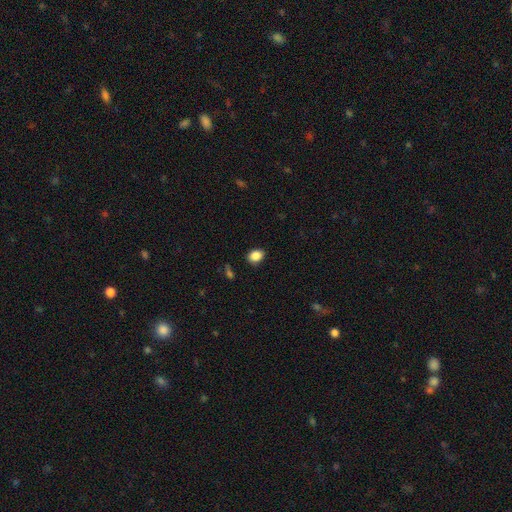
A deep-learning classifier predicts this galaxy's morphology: Overall: smooth (87%). How rounded: in between (59%; round 40%). Merging: none (86%).